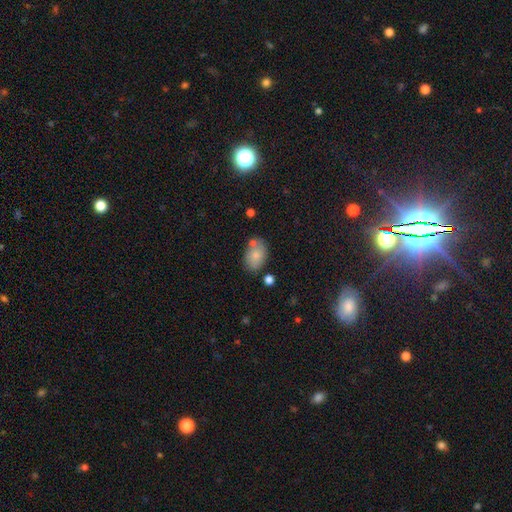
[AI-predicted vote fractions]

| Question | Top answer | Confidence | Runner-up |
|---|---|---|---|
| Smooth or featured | smooth | 78% | featured or disk (14%) |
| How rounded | in between | 85% | round (13%) |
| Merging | none | 67% | minor disturbance (18%) |